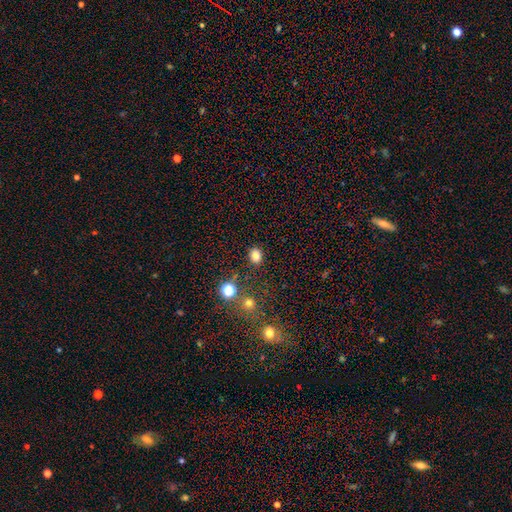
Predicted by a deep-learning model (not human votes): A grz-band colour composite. It shows a smooth galaxy with no disk features (81%) that is round (51%). Merging: none (86%).